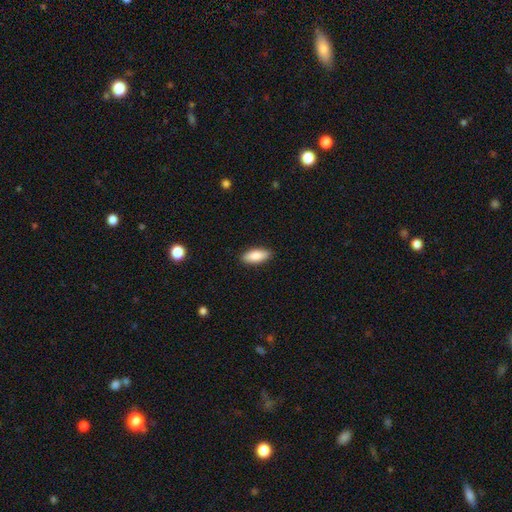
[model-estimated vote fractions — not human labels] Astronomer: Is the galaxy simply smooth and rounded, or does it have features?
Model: smooth — 85%.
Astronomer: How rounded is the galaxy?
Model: in between — 80%.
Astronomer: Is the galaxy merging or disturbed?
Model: none — 89%.